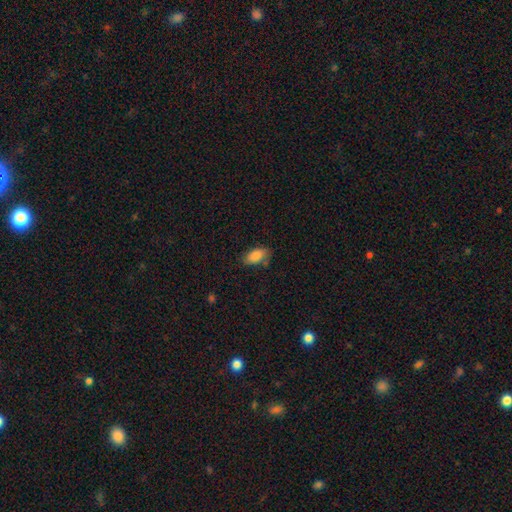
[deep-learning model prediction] Smooth or featured: smooth — 85% (featured or disk — 8%)
How rounded: in between — 92% (cigar-shaped — 4%)
Merging: none — 73% (minor disturbance — 19%)